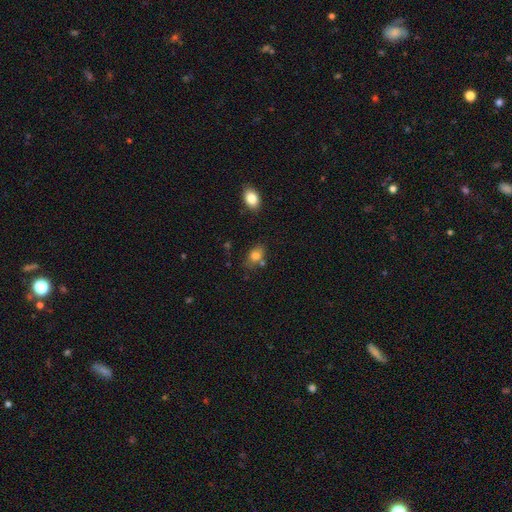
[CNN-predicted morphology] Smooth or featured? smooth (79%)
How rounded? in between (75%)
Merging? none (66%)